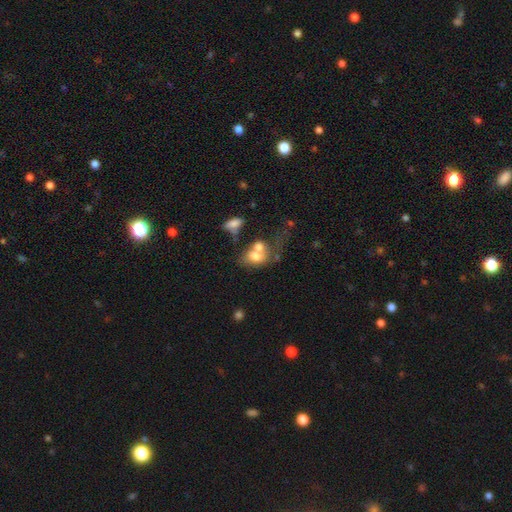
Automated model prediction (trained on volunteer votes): smooth_or_featured: smooth (p=0.62) [alt: featured or disk p=0.28]
how_rounded: in between (p=0.70) [alt: round p=0.29]
merging: merger (p=0.56) [alt: none p=0.20]